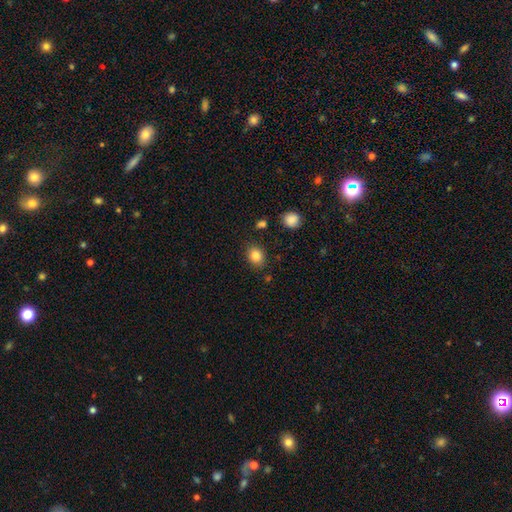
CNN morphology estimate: A smooth galaxy with no disk features (84%) that is round (52%).

Vote fractions:
- Smooth or featured? smooth: 84% / star or artifact: 10% / featured or disk: 6%
- How rounded? round: 52% / in between: 47% / cigar-shaped: 1%
- Merging? none: 83% / minor disturbance: 11% / major disturbance: 3% / merger: 3%